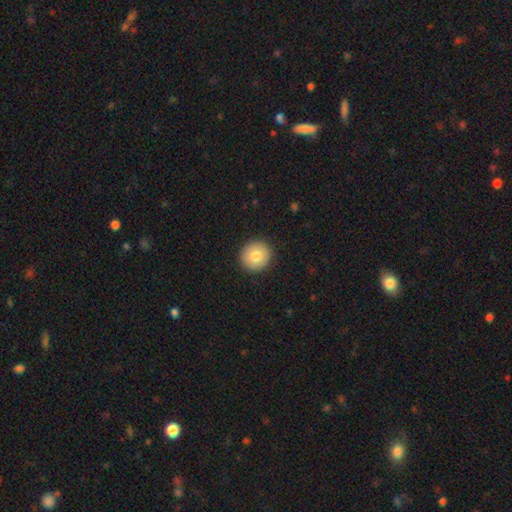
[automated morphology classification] Smooth or featured?
  - smooth: 83% *
  - featured or disk: 9%
  - star or artifact: 8%
How rounded?
  - round: 93% *
  - in between: 6%
  - cigar-shaped: 1%
Merging?
  - none: 92% *
  - minor disturbance: 5%
  - major disturbance: 2%
  - merger: 1%